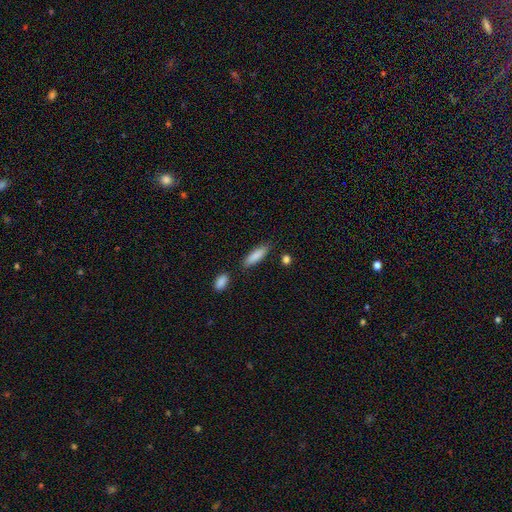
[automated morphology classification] The model was most divided on "how rounded": cigar-shaped: 58%, in between: 40%, round: 2%. More confident: smooth or featured — smooth (86%); merging — none (80%).